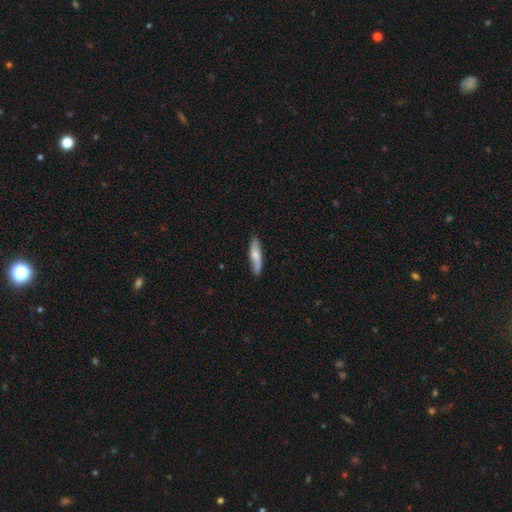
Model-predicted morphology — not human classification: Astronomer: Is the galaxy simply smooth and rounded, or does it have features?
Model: smooth — 64%.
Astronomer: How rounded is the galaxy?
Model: cigar-shaped — 73%.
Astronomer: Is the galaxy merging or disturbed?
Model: none — 82%.